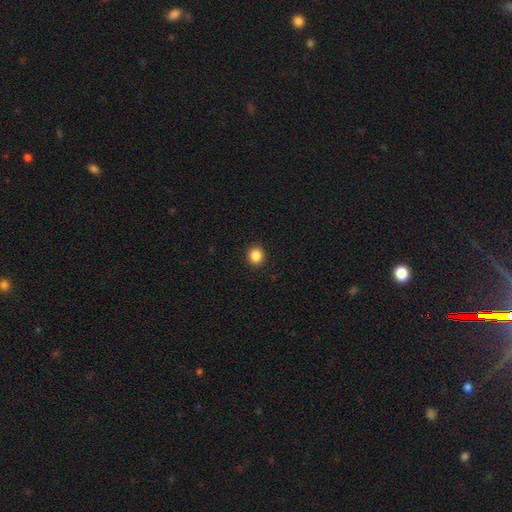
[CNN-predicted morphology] A smooth galaxy with no disk features (87%) that is round (84%). Merging: none (93%).